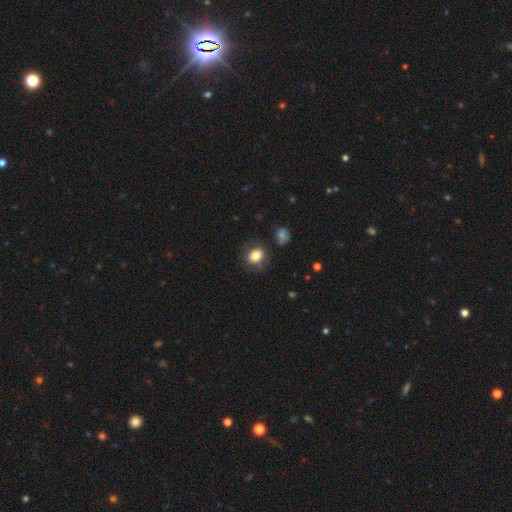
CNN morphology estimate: The model was most divided on "how rounded": round: 62%, in between: 37%, cigar-shaped: 1%. More confident: smooth or featured — smooth (79%); merging — none (75%).